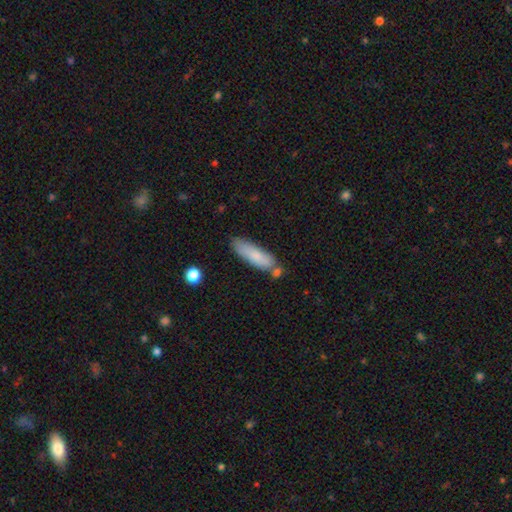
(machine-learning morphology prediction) smooth_or_featured: smooth (p=0.80) [alt: featured or disk p=0.14]
how_rounded: cigar-shaped (p=0.57) [alt: in between p=0.41]
merging: none (p=0.63) [alt: minor disturbance p=0.20]